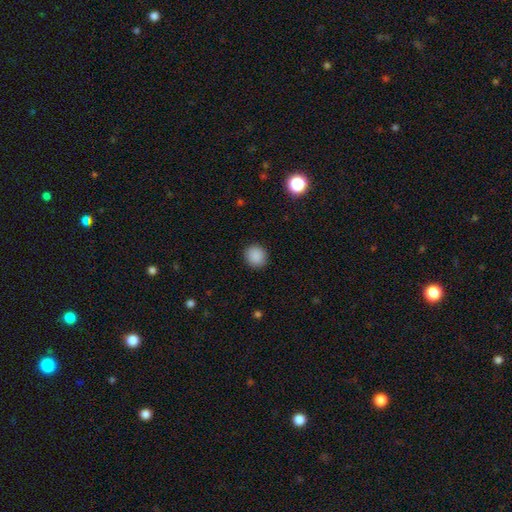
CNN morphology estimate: A smooth galaxy with no disk features (88%) that is round (87%).

Vote fractions:
- Smooth or featured? smooth: 88% / star or artifact: 9% / featured or disk: 3%
- How rounded? round: 87% / in between: 12% / cigar-shaped: 1%
- Merging? none: 91% / minor disturbance: 6% / major disturbance: 2% / merger: 1%